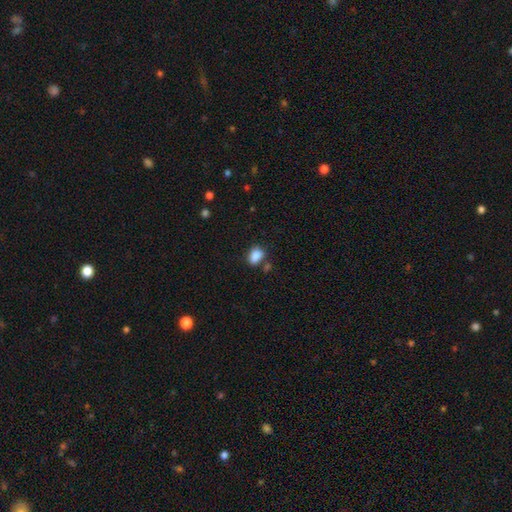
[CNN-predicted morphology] type=smooth (87%); roundness=in between (75%); merging=none (64%).